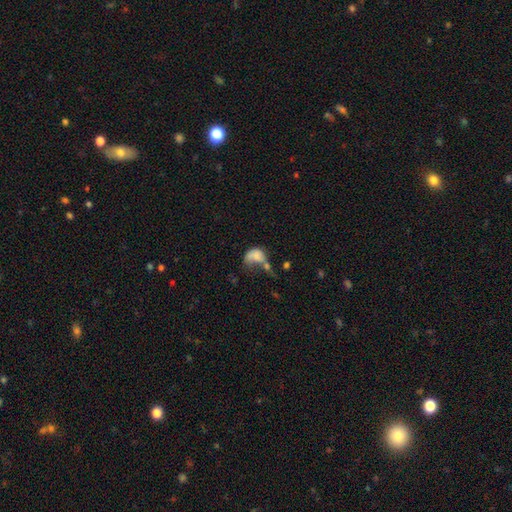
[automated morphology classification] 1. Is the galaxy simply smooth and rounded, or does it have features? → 64% smooth, 26% featured or disk, 10% star or artifact.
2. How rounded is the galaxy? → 74% in between, 24% round, 2% cigar-shaped.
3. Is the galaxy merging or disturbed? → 37% major disturbance, 32% merger, 16% none, 15% minor disturbance.